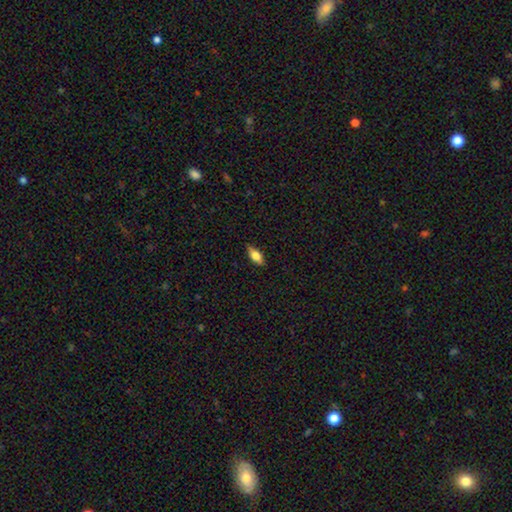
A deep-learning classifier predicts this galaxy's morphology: smooth-or-featured: smooth: 70% | featured or disk: 22% | star or artifact: 7%
  how-rounded: in between: 81% | cigar-shaped: 16% | round: 4%
  merging: none: 86% | minor disturbance: 11% | major disturbance: 2% | merger: 1%